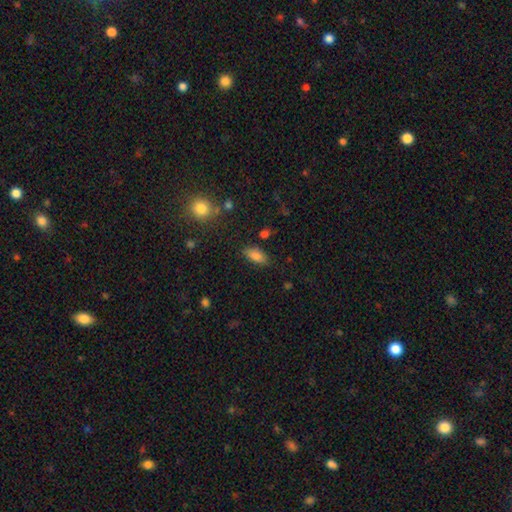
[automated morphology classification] Overall: smooth (84%). How rounded: in between (88%). Merging: none (80%).